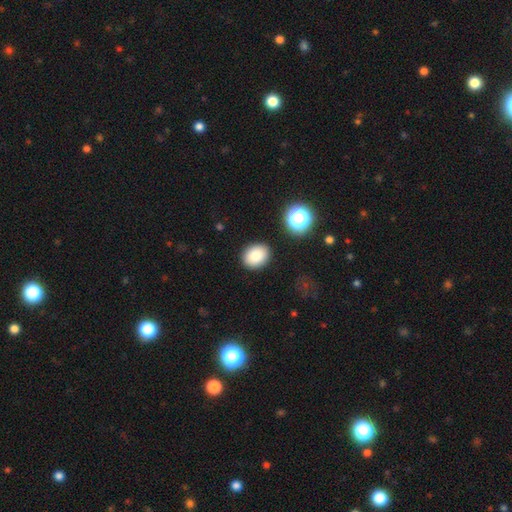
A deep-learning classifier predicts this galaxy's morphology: A smooth galaxy with no disk features (83%) that is round (51%). Merging: none (88%).